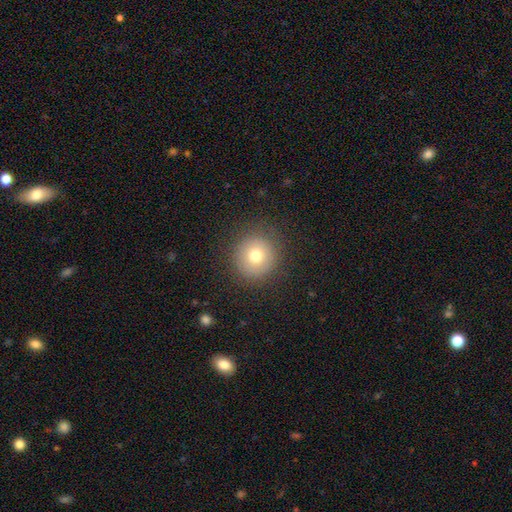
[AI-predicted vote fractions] Smooth or featured? Predicted: smooth (p=0.73). How rounded? Predicted: round (p=0.94). Merging? Predicted: none (p=0.88).